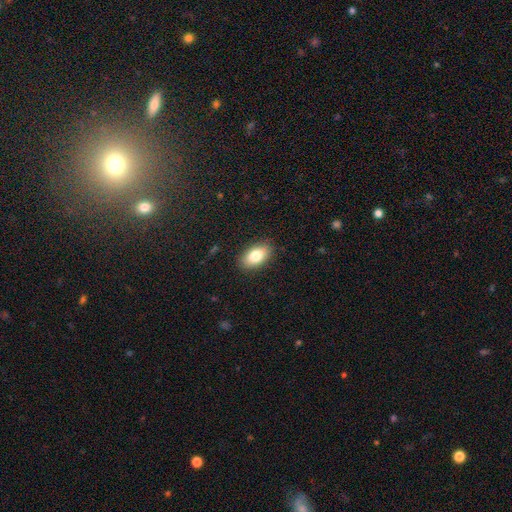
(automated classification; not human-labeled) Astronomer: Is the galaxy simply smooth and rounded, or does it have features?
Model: smooth — 82%.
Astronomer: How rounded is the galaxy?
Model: in between — 91%.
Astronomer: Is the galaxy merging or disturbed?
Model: none — 87%.